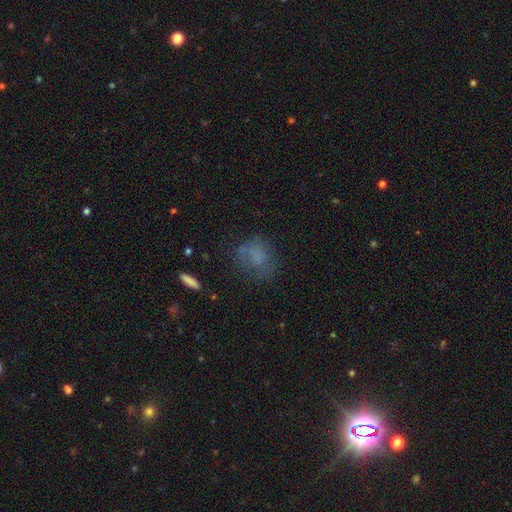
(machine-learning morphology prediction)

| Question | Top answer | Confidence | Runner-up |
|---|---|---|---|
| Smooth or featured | smooth | 65% | featured or disk (19%) |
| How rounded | round | 50% | in between (47%) |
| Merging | none | 55% | minor disturbance (23%) |